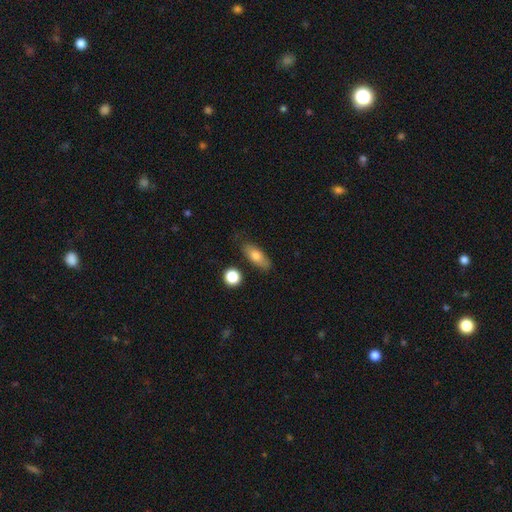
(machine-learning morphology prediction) A smooth galaxy with no disk features (74%) that is in between round and cigar-shaped (71%).

Vote fractions:
- Smooth or featured? smooth: 74% / featured or disk: 18% / star or artifact: 8%
- How rounded? in between: 71% / cigar-shaped: 24% / round: 5%
- Merging? none: 77% / minor disturbance: 16% / major disturbance: 4% / merger: 4%